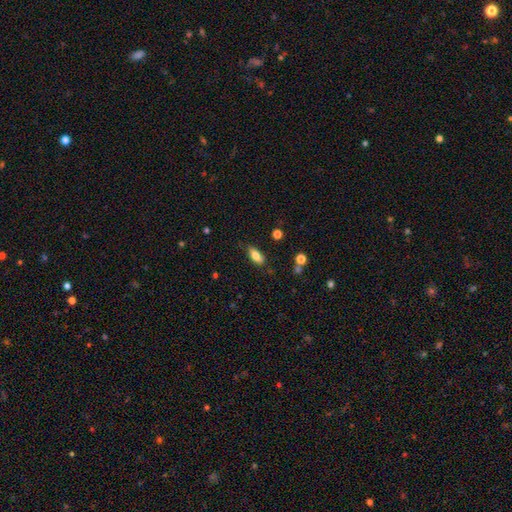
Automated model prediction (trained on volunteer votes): Morphology: type=smooth (78%); roundness=in between (83%); merging=none (78%).